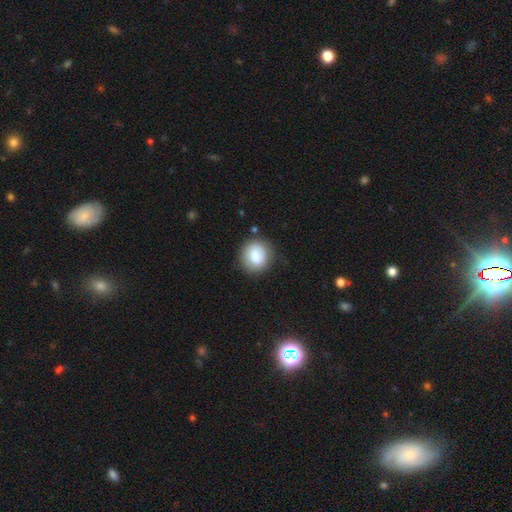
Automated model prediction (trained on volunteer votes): Smooth or featured? Predicted: smooth (p=0.80). How rounded? Predicted: round (p=0.78). Merging? Predicted: none (p=0.80).